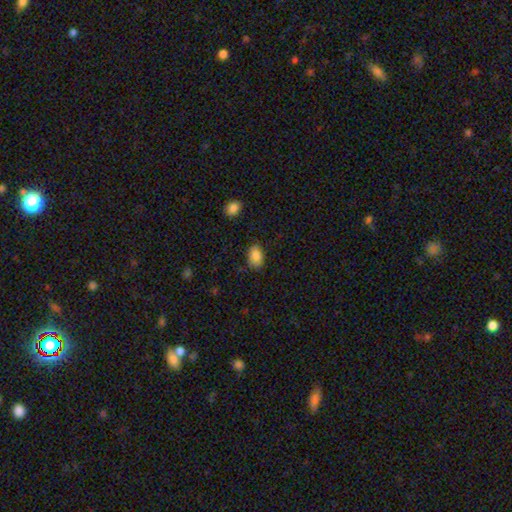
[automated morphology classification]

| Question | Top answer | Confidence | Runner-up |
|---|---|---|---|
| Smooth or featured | smooth | 87% | star or artifact (8%) |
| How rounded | in between | 87% | round (11%) |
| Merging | none | 81% | minor disturbance (15%) |